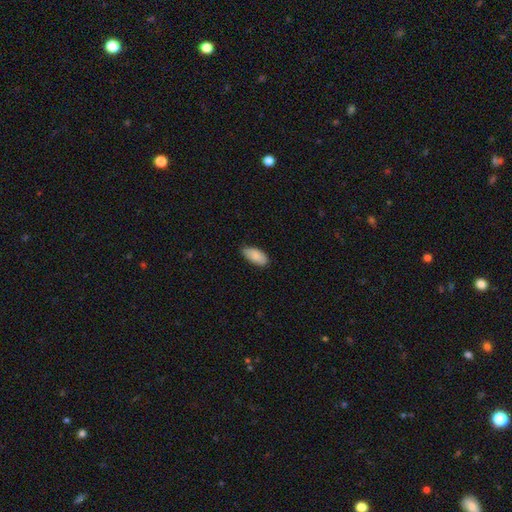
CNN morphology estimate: Smooth or featured? Predicted: smooth (p=0.86). How rounded? Predicted: in between (p=0.91). Merging? Predicted: none (p=0.81).